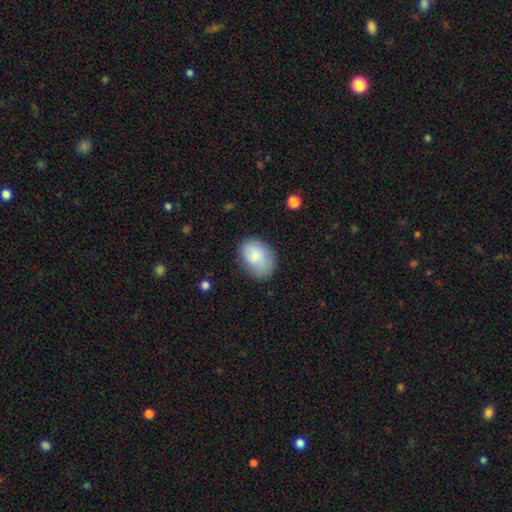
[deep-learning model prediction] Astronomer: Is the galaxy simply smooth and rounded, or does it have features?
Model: smooth — 77%.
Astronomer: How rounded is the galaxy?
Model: in between — 77%.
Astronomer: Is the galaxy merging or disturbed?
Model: none — 65%.